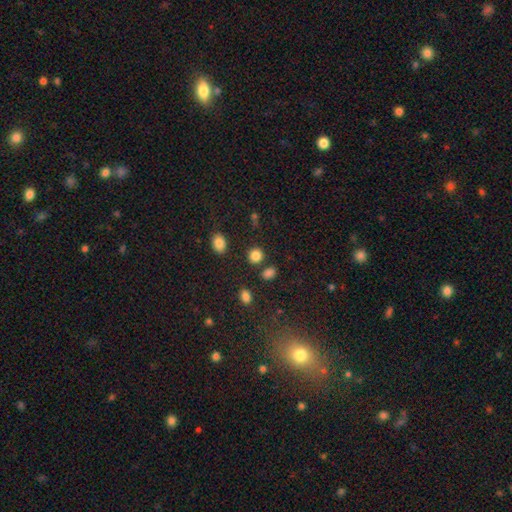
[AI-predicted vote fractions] The model was most divided on "how rounded": round: 83%, in between: 16%, cigar-shaped: 1%. More confident: smooth or featured — smooth (85%); merging — none (81%).